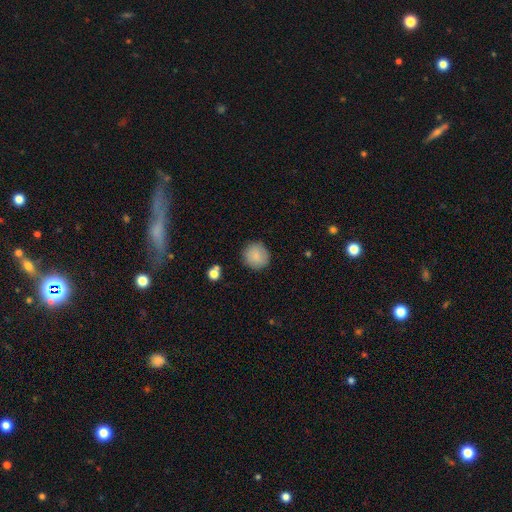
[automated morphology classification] Smooth or featured: smooth — 86% (star or artifact — 7%)
How rounded: round — 92% (in between — 7%)
Merging: none — 87% (minor disturbance — 9%)